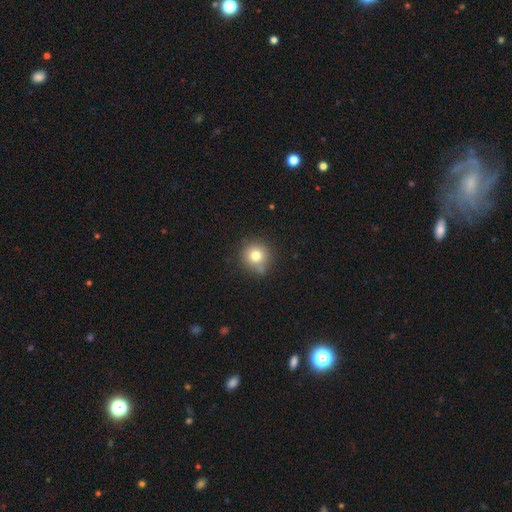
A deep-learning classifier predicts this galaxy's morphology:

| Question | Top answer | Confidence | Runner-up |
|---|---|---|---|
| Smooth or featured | smooth | 78% | star or artifact (12%) |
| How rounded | round | 92% | in between (7%) |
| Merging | none | 76% | minor disturbance (14%) |